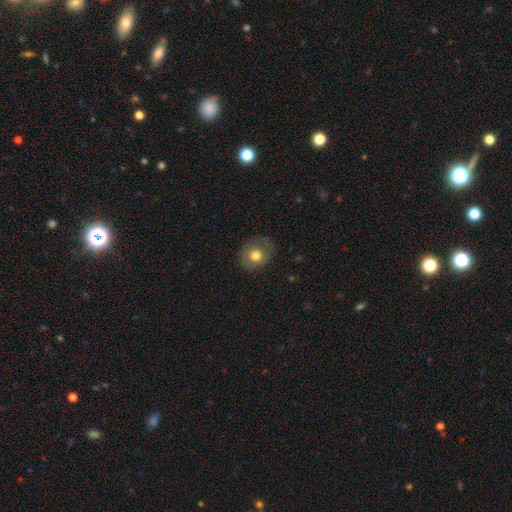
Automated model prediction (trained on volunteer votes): The model was most divided on "how rounded": round: 71%, in between: 28%, cigar-shaped: 1%. More confident: merging — none (77%); smooth or featured — smooth (69%).